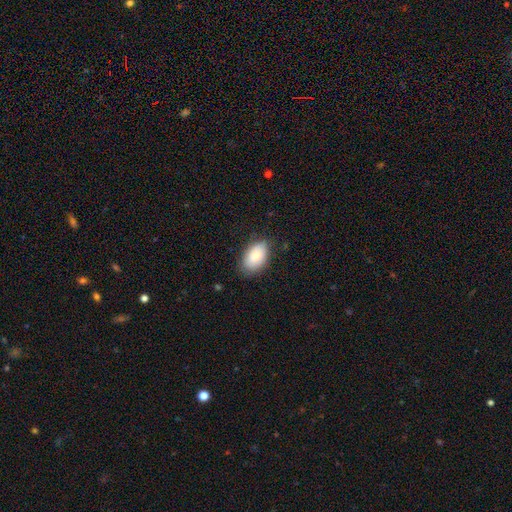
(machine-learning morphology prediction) Smooth or featured?
  - smooth: 81% *
  - featured or disk: 12%
  - star or artifact: 7%
How rounded?
  - in between: 92% *
  - round: 6%
  - cigar-shaped: 1%
Merging?
  - none: 77% *
  - minor disturbance: 18%
  - major disturbance: 4%
  - merger: 1%